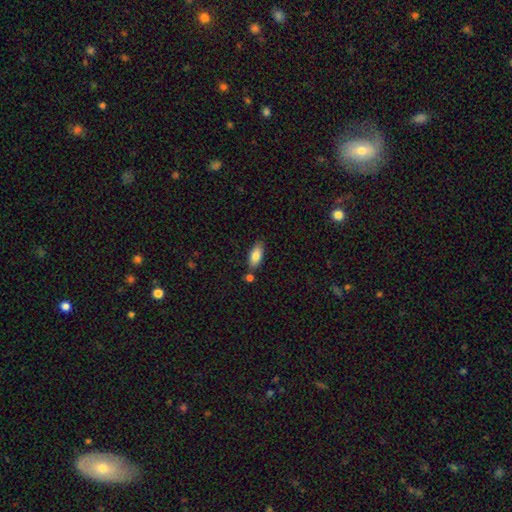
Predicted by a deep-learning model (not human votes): Overall: smooth (83%). How rounded: in between (83%). Merging: none (75%).